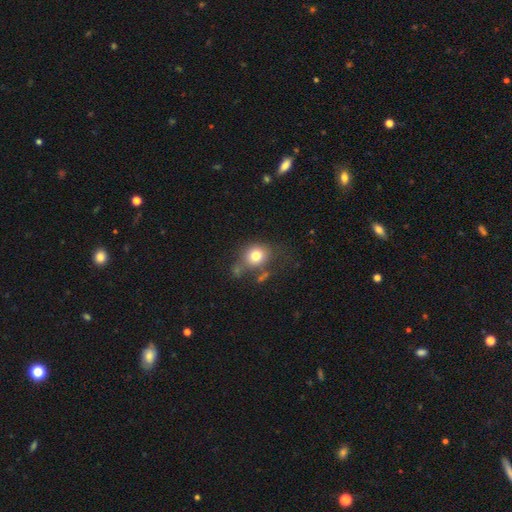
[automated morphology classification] type=smooth (77%); roundness=round (70%); merging=none (56%).